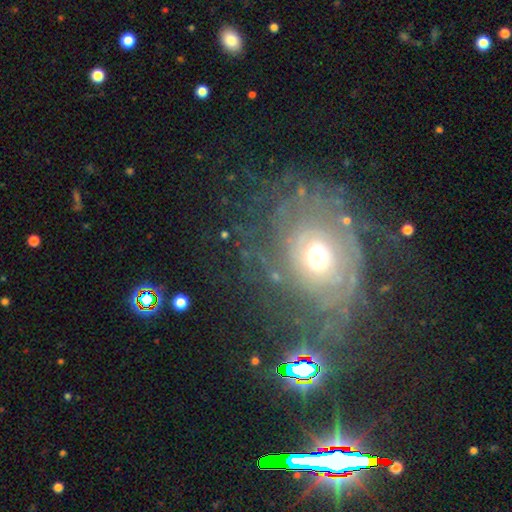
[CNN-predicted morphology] This is likely a featured or disk galaxy (65%). It is clearly not viewed edge-on (95%). Bar: likely no (75%). Spiral arm pattern: likely yes (70%). Central bulge: likely moderate (65%). Merging: possibly none (59%).